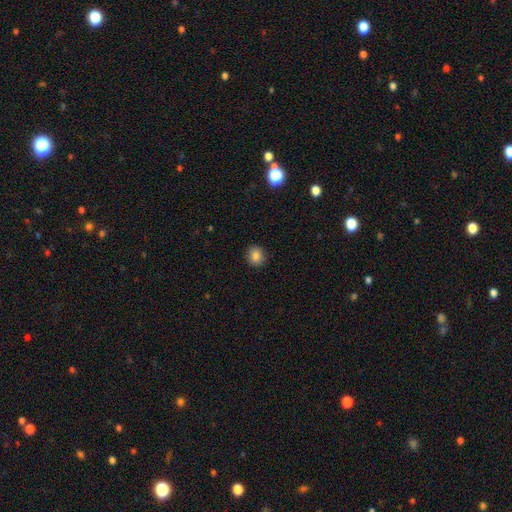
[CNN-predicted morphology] The model was most divided on "how rounded": round: 81%, in between: 18%, cigar-shaped: 1%. More confident: merging — none (91%); smooth or featured — smooth (84%).